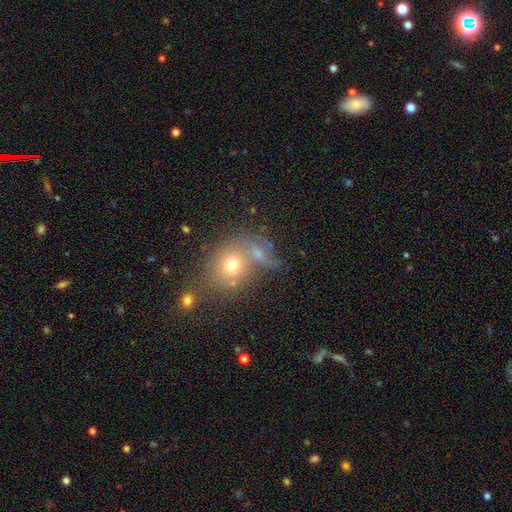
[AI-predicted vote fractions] This appears to be a smooth galaxy with no disk features (54%) that is round (55%). Merging: merger (42%).